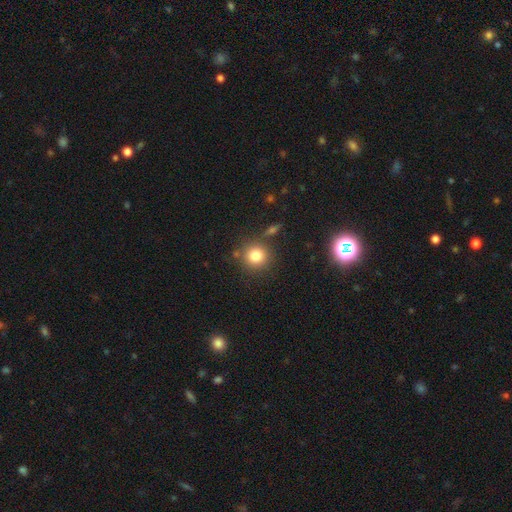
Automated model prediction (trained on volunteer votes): Overall: smooth (81%). How rounded: round (91%). Merging: none (79%).